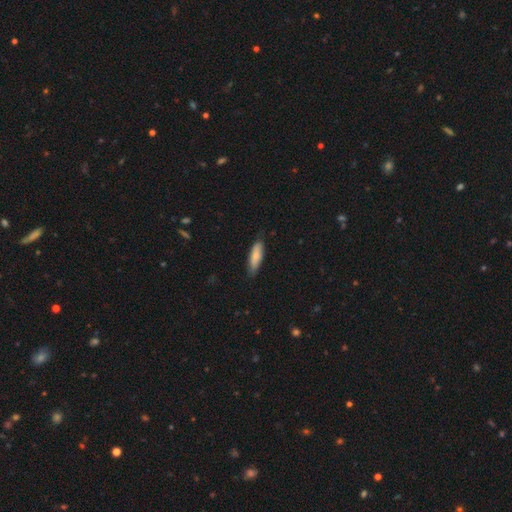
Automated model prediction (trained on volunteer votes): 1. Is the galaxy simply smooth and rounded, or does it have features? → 78% smooth, 16% featured or disk, 6% star or artifact.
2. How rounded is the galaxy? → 51% in between, 47% cigar-shaped, 2% round.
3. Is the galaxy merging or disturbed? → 78% none, 18% minor disturbance, 2% major disturbance, 1% merger.